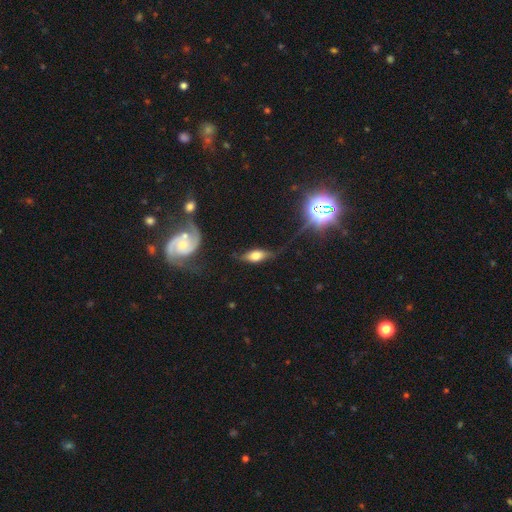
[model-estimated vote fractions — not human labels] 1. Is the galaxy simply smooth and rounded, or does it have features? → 52% smooth, 38% featured or disk, 10% star or artifact.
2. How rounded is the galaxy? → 75% in between, 20% cigar-shaped, 5% round.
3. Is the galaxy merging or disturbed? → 65% none, 22% minor disturbance, 9% major disturbance, 3% merger.